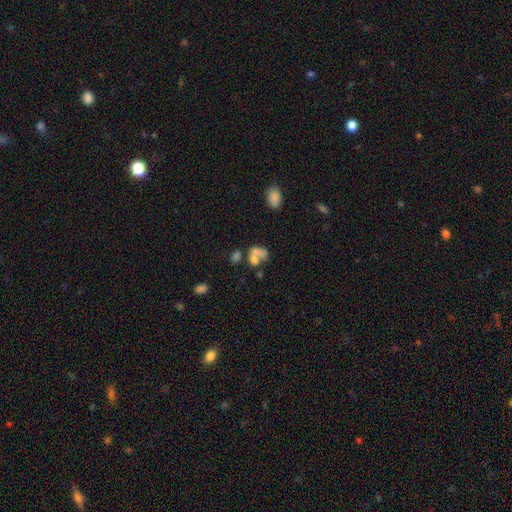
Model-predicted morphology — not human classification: Smooth or featured?
  - smooth: 65% *
  - featured or disk: 22%
  - star or artifact: 13%
How rounded?
  - in between: 71% *
  - round: 27%
  - cigar-shaped: 2%
Merging?
  - merger: 55% *
  - none: 21%
  - major disturbance: 13%
  - minor disturbance: 11%